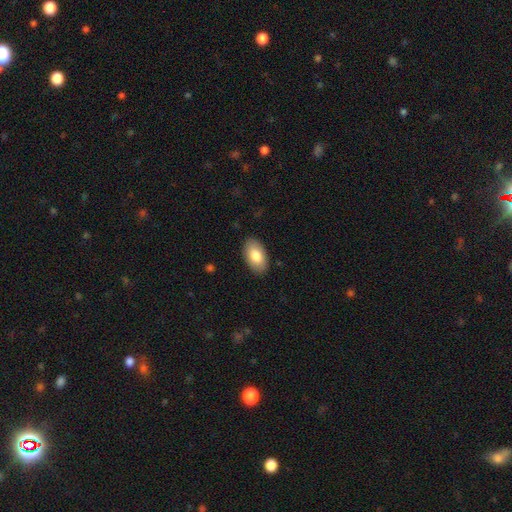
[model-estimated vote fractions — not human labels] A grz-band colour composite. It shows a smooth galaxy with no disk features (80%) that is in between round and cigar-shaped (94%). Merging: none (88%).